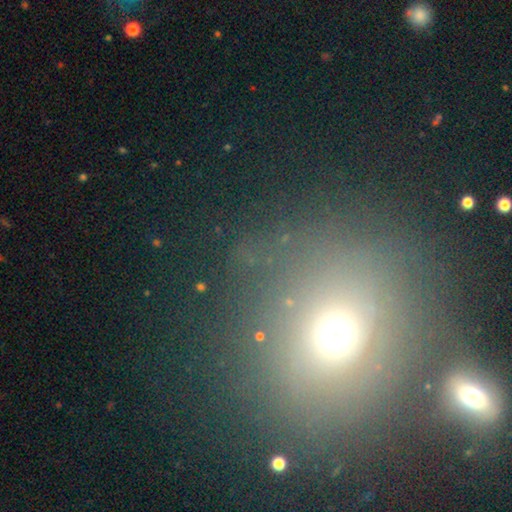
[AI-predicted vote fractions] Morphology: type=smooth (56%); roundness=round (83%); merging=none (73%).